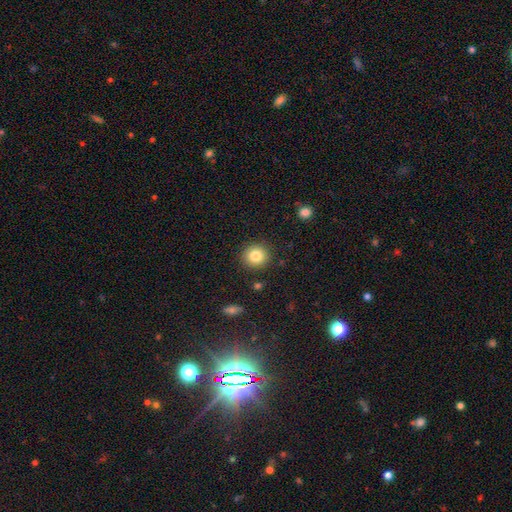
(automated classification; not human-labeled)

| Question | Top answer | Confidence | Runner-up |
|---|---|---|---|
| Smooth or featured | smooth | 83% | star or artifact (10%) |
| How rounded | round | 90% | in between (10%) |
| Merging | none | 89% | minor disturbance (7%) |